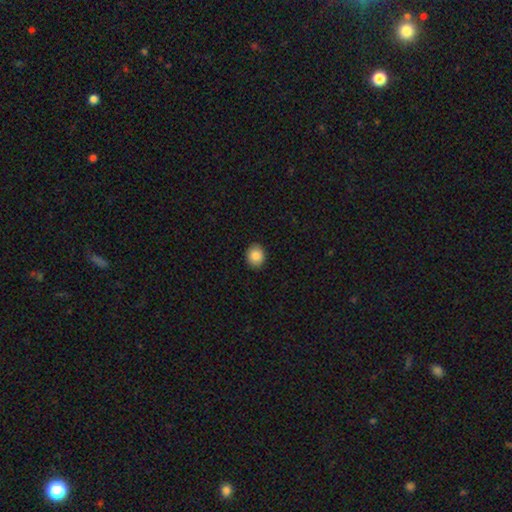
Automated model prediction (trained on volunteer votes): The model was most divided on "how rounded": round: 69%, in between: 30%, cigar-shaped: 1%. More confident: merging — none (90%); smooth or featured — smooth (87%).